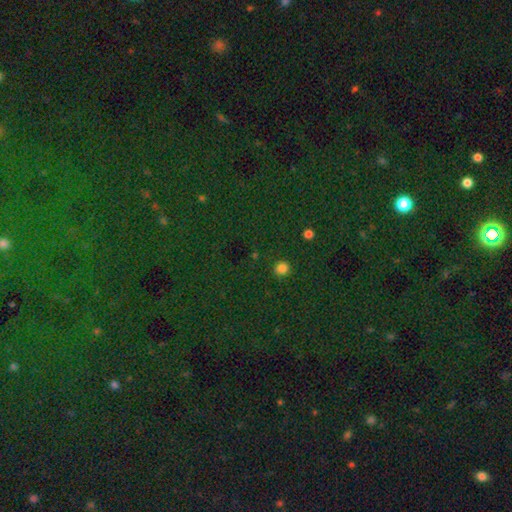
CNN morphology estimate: smooth_or_featured: star or artifact (p=0.80) [alt: smooth p=0.13]